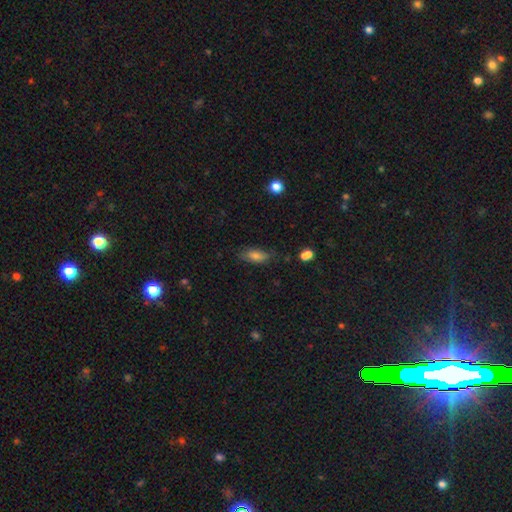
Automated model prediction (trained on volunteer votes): smooth 78%, featured or disk 13%, star or artifact 10%. Down the decision tree: how rounded — in between (79%); merging — none (73%).